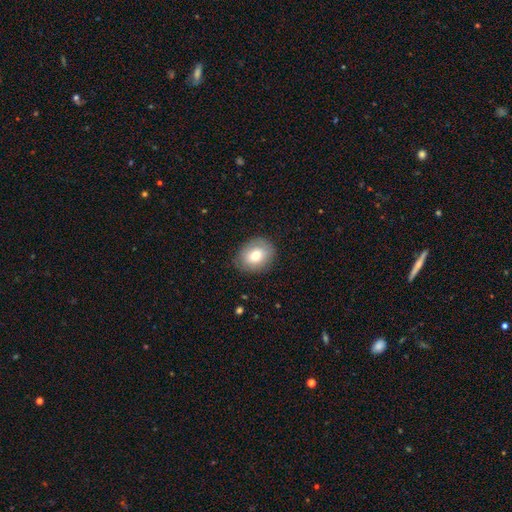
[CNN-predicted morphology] A smooth galaxy with no disk features (73%) that is round (55%).

Vote fractions:
- Smooth or featured? smooth: 73% / featured or disk: 19% / star or artifact: 8%
- How rounded? round: 55% / in between: 44% / cigar-shaped: 1%
- Merging? none: 83% / minor disturbance: 13% / major disturbance: 3% / merger: 1%